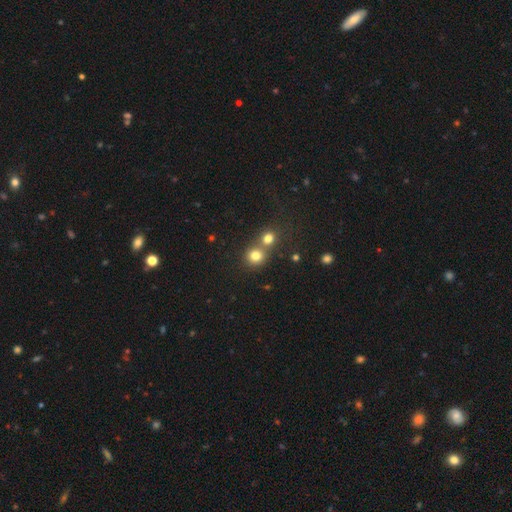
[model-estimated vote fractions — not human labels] smooth-or-featured: smooth: 78% | star or artifact: 14% | featured or disk: 8%
  how-rounded: round: 87% | in between: 12% | cigar-shaped: 1%
  merging: none: 50% | merger: 42% | minor disturbance: 6% | major disturbance: 3%